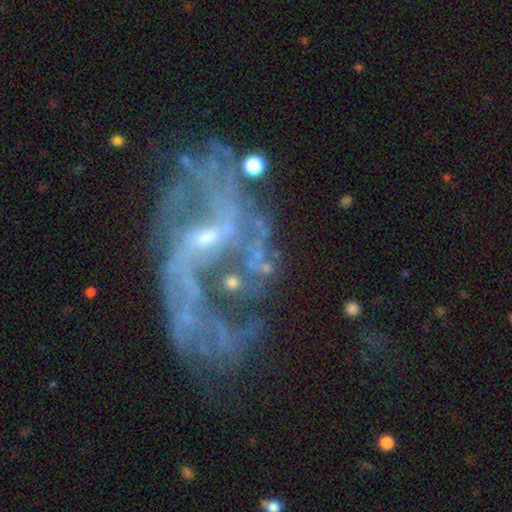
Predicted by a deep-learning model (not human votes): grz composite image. It shows a featured or disk galaxy (76%) with a weak bar (38%), 2 (48%) loose (54%) spiral arms (77%) and a small central bulge (49%). Merging: none (38%).